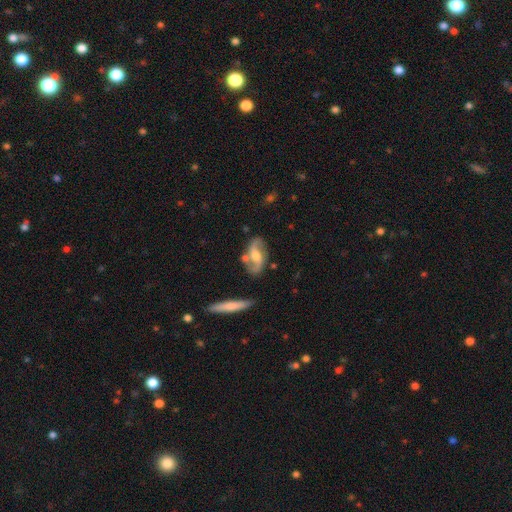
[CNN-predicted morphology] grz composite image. It shows a featured or disk galaxy (78%) with a weak bar (43%), 2 (91%) loose (54%) spiral arms (93%) and a moderate central bulge (60%). Merging: none (70%).